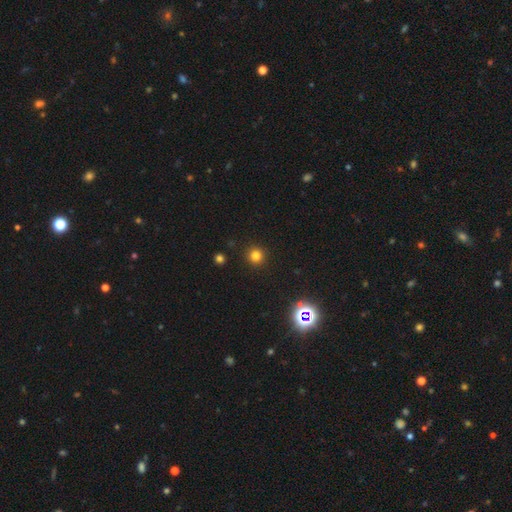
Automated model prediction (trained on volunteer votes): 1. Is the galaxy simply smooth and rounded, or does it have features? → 78% smooth, 17% star or artifact, 5% featured or disk.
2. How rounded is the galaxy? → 95% round, 4% in between, 1% cigar-shaped.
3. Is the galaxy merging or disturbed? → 92% none, 5% minor disturbance, 2% major disturbance, 1% merger.